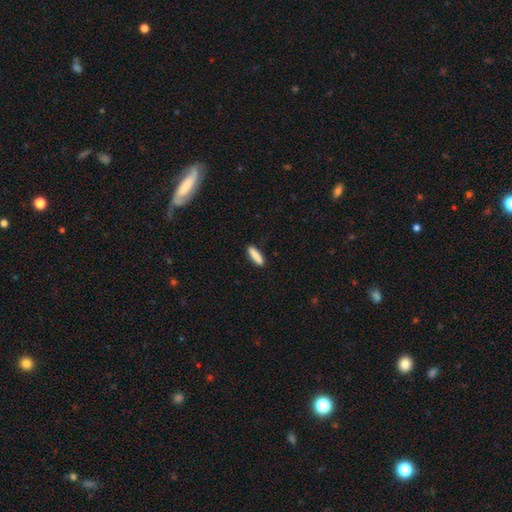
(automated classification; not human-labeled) This is clearly a smooth galaxy (86%). How rounded: likely cigar-shaped (74%). Merging: clearly none (88%).